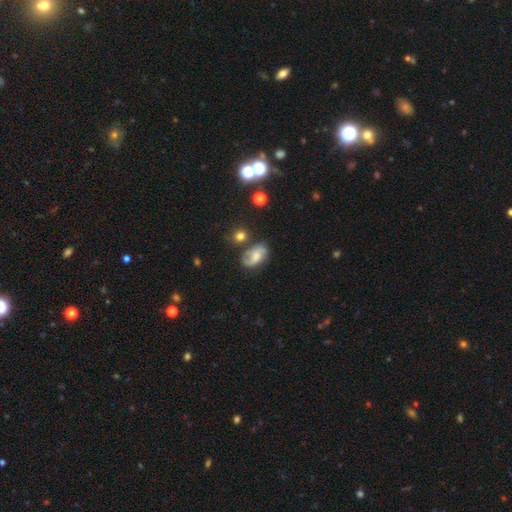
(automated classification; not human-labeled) featured or disk 57%, smooth 34%, star or artifact 9%. Down the decision tree: edge-on disk — no (96%); bar — no (53%); spiral arms — yes (86%); bulge size — moderate (36%); merging — none (58%).